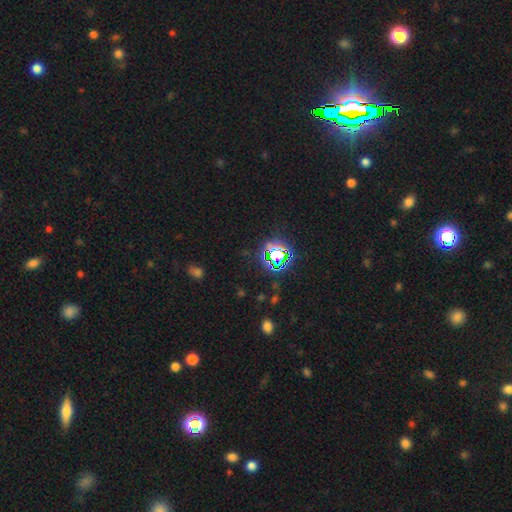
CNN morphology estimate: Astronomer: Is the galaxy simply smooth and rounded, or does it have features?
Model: star or artifact — 78%.